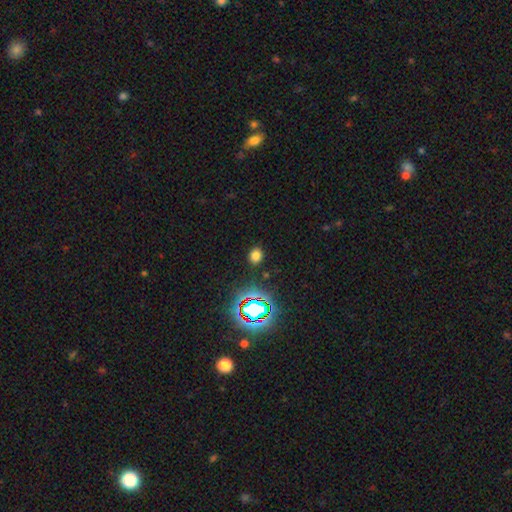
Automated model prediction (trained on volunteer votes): smooth_or_featured: smooth (p=0.68) [alt: star or artifact p=0.26]
how_rounded: round (p=0.62) [alt: in between p=0.37]
merging: none (p=0.87) [alt: minor disturbance p=0.08]